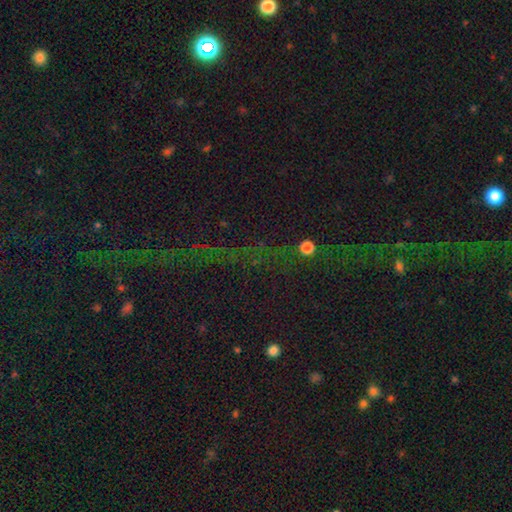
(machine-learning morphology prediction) star or artifact 77%, featured or disk 12%, smooth 11%.